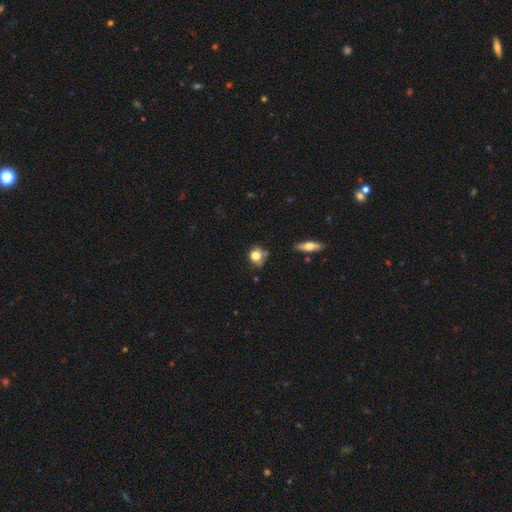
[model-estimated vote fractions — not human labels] Morphology: type=smooth (77%); roundness=round (69%); merging=none (53%).